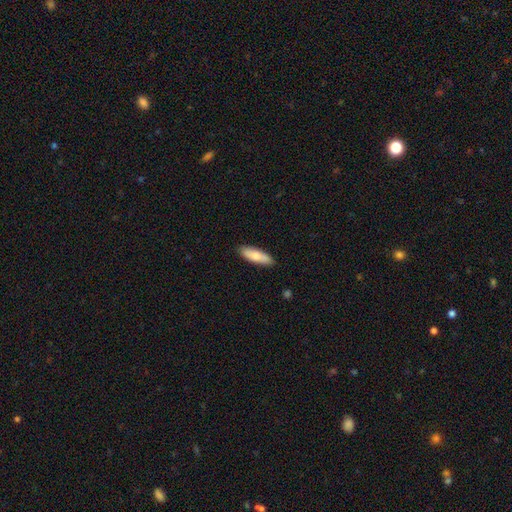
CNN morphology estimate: This is likely a smooth galaxy (79%). How rounded: possibly cigar-shaped (51%). Merging: clearly none (87%).